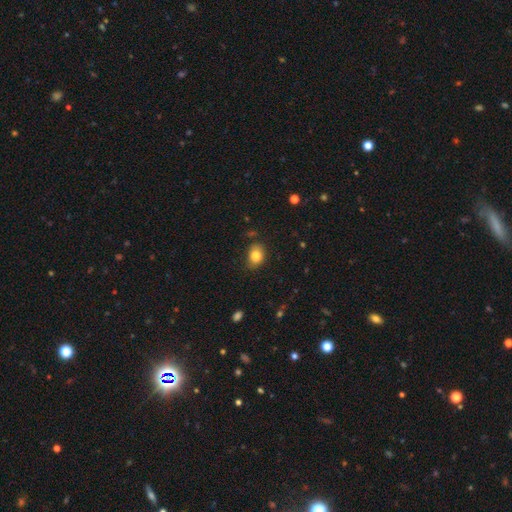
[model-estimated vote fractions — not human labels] Morphology: type=smooth (83%); roundness=in between (59%); merging=none (77%).